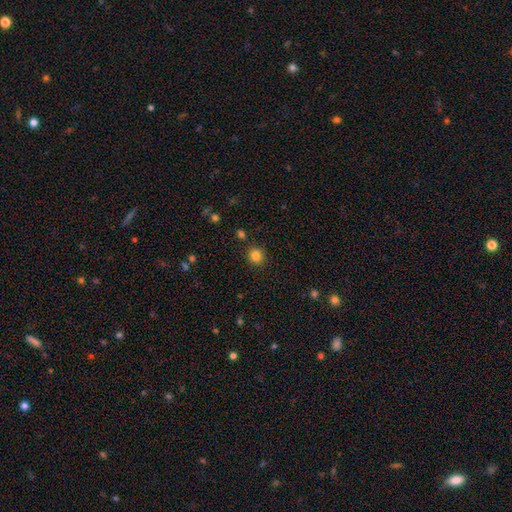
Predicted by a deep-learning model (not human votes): Q: Smooth or featured?
A: smooth (83%); runner-up: star or artifact (12%)
Q: How rounded?
A: round (89%); runner-up: in between (11%)
Q: Merging?
A: none (89%); runner-up: minor disturbance (7%)